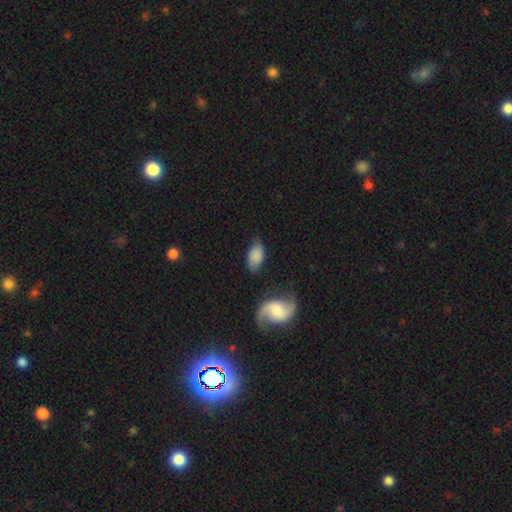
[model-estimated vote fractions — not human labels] Q: Smooth or featured?
A: smooth (74%); runner-up: featured or disk (17%)
Q: How rounded?
A: in between (93%); runner-up: round (5%)
Q: Merging?
A: none (60%); runner-up: minor disturbance (25%)